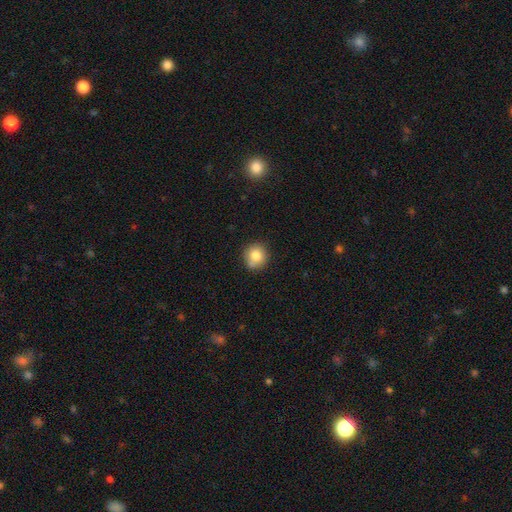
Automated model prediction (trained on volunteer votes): A smooth galaxy with no disk features (81%) that is round (89%).

Vote fractions:
- Smooth or featured? smooth: 81% / star or artifact: 10% / featured or disk: 9%
- How rounded? round: 89% / in between: 10% / cigar-shaped: 1%
- Merging? none: 76% / minor disturbance: 15% / merger: 7% / major disturbance: 3%